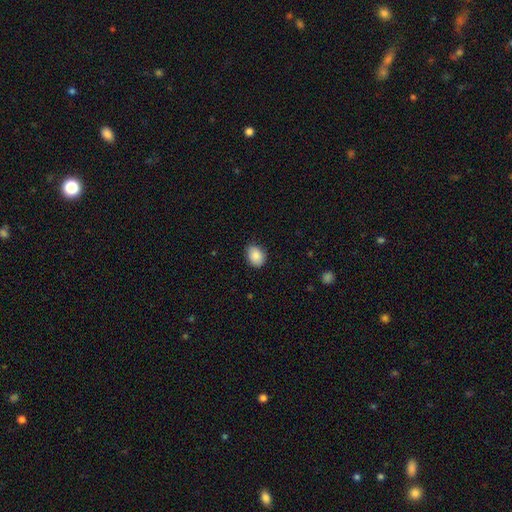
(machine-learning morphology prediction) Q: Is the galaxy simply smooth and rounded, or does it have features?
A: smooth — 88%.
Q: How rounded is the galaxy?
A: in between — 62%.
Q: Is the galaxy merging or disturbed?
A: none — 81%.